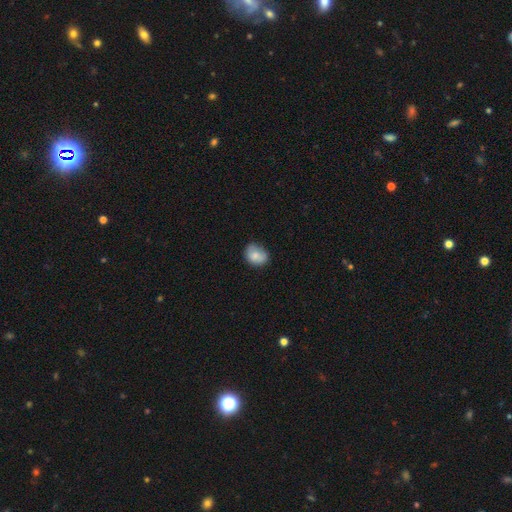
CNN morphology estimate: A smooth galaxy with no disk features (79%) that is in between round and cigar-shaped (50%).

Vote fractions:
- Smooth or featured? smooth: 79% / featured or disk: 12% / star or artifact: 8%
- How rounded? in between: 50% / round: 49% / cigar-shaped: 1%
- Merging? none: 62% / minor disturbance: 30% / major disturbance: 6% / merger: 2%